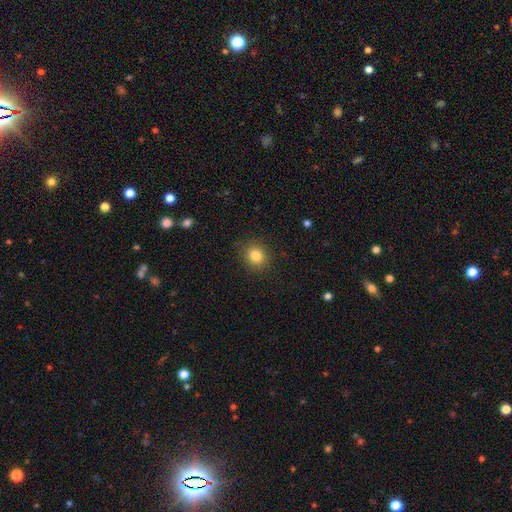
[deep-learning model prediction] This appears to be a smooth galaxy with no disk features (82%) that is round (80%). Merging: none (88%).